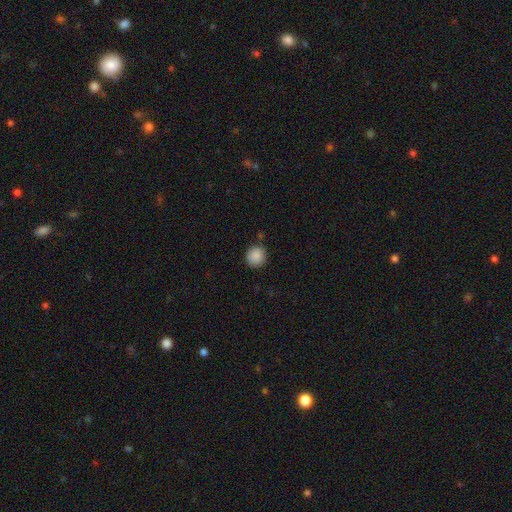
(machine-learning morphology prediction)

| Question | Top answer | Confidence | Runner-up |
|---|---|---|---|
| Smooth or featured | smooth | 89% | star or artifact (8%) |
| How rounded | round | 91% | in between (8%) |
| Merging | none | 86% | minor disturbance (9%) |